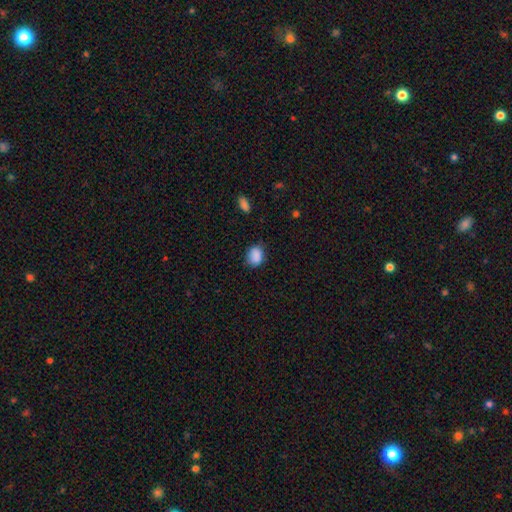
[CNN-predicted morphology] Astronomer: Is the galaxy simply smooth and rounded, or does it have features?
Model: smooth — 88%.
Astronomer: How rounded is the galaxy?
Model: in between — 53% (runner-up: round, 46%).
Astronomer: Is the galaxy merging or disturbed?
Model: none — 76%.